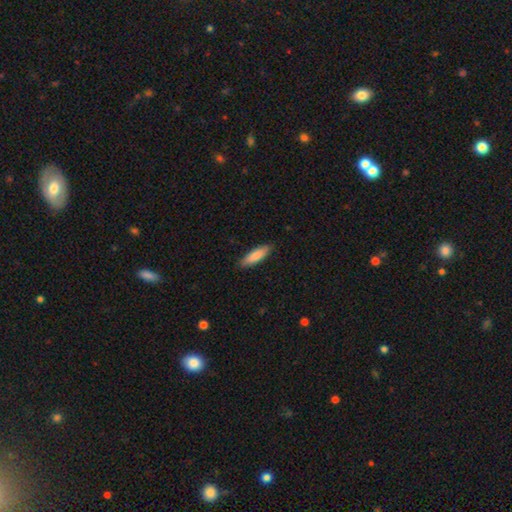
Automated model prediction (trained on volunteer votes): smooth 85%, featured or disk 10%, star or artifact 5%. Down the decision tree: how rounded — cigar-shaped (57%); merging — none (87%).